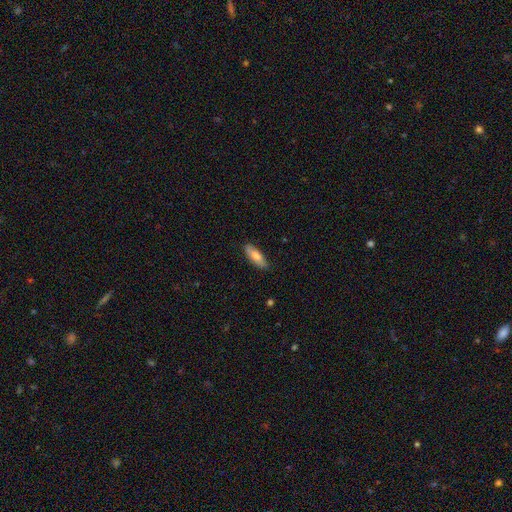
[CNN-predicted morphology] Smooth or featured?
  - smooth: 76% *
  - featured or disk: 18%
  - star or artifact: 6%
How rounded?
  - in between: 59% *
  - cigar-shaped: 39%
  - round: 2%
Merging?
  - none: 84% *
  - minor disturbance: 13%
  - major disturbance: 2%
  - merger: 1%